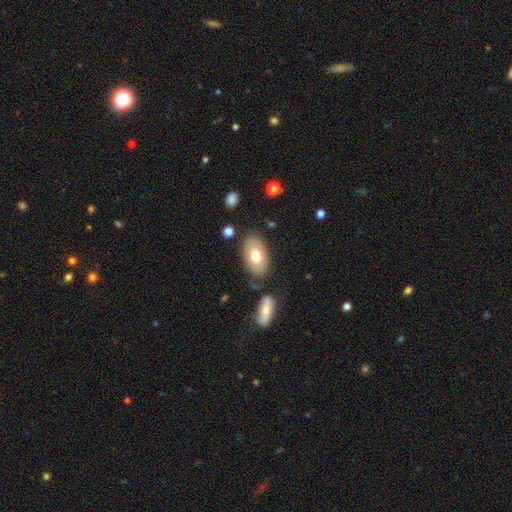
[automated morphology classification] Smooth or featured? Predicted: smooth (p=0.69). How rounded? Predicted: in between (p=0.92). Merging? Predicted: none (p=0.77).